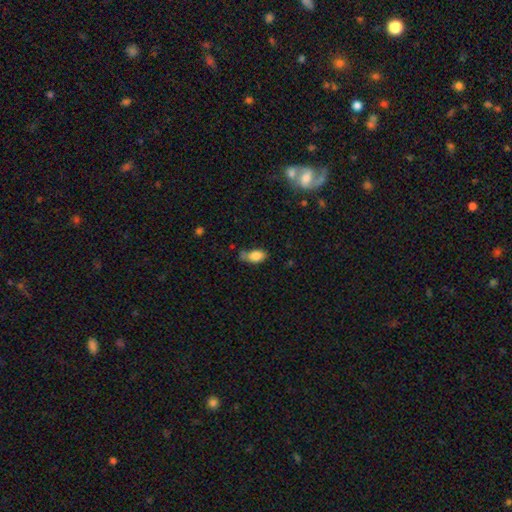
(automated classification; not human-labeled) Smooth or featured?
  - smooth: 83% *
  - featured or disk: 9%
  - star or artifact: 9%
How rounded?
  - in between: 87% *
  - round: 10%
  - cigar-shaped: 4%
Merging?
  - none: 44% *
  - minor disturbance: 34%
  - major disturbance: 11%
  - merger: 11%